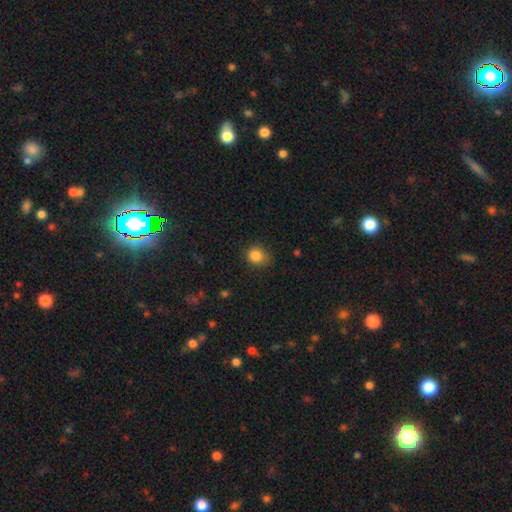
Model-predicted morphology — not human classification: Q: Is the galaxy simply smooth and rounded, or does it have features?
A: smooth — 85%.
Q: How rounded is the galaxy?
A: round — 69%.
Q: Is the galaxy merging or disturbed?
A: none — 72%.